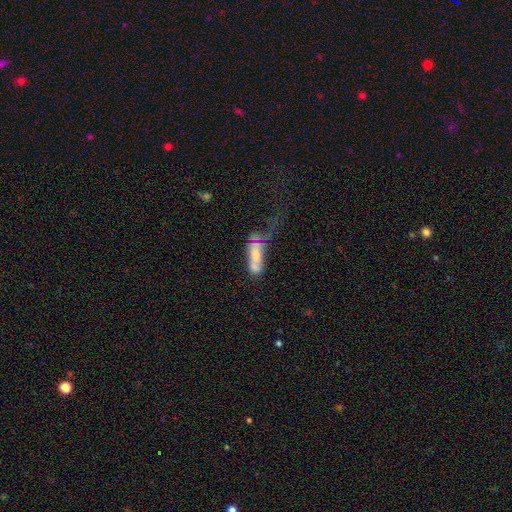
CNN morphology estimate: This appears to be a smooth galaxy with no disk features (54%) that is in between round and cigar-shaped (60%). Merging: merger (35%).